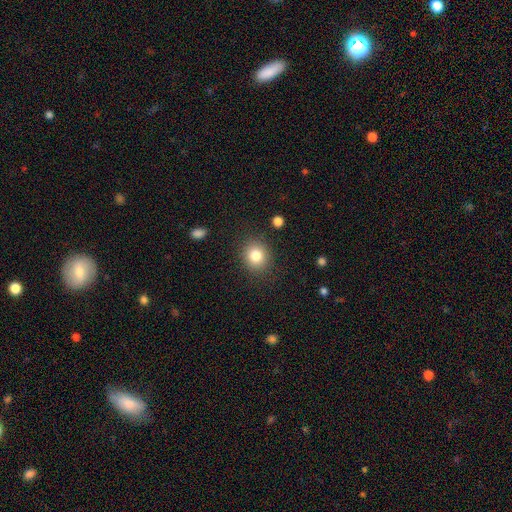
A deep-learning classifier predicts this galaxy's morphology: A smooth galaxy with no disk features (82%) that is round (80%).

Vote fractions:
- Smooth or featured? smooth: 82% / star or artifact: 10% / featured or disk: 7%
- How rounded? round: 80% / in between: 20% / cigar-shaped: 1%
- Merging? none: 87% / minor disturbance: 8% / major disturbance: 3% / merger: 2%